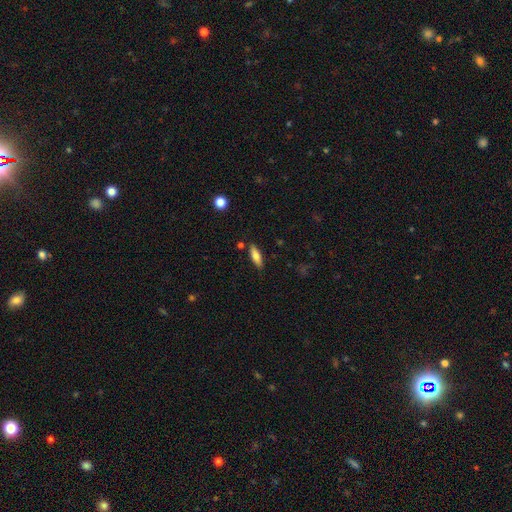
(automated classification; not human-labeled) smooth_or_featured: smooth (p=0.75) [alt: featured or disk p=0.18]
how_rounded: in between (p=0.50) [alt: cigar-shaped p=0.48]
merging: none (p=0.83) [alt: minor disturbance p=0.11]